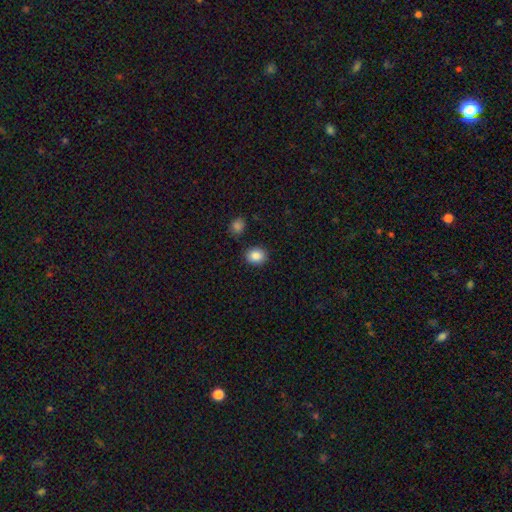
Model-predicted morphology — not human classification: A smooth galaxy with no disk features (87%) that is round (67%). Merging: none (86%).